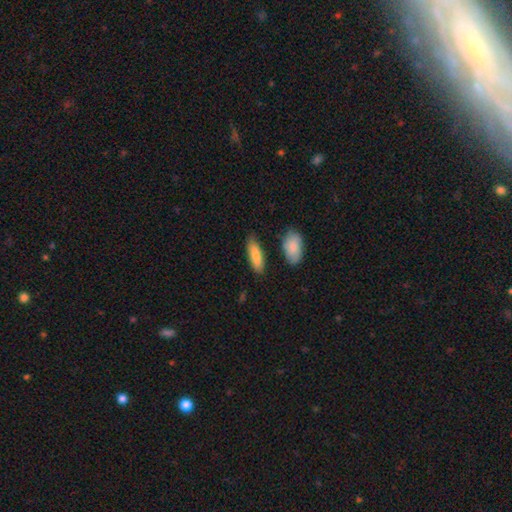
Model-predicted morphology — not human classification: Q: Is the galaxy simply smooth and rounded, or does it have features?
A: smooth — 83%.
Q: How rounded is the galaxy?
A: in between — 56%.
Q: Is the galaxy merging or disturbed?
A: none — 82%.